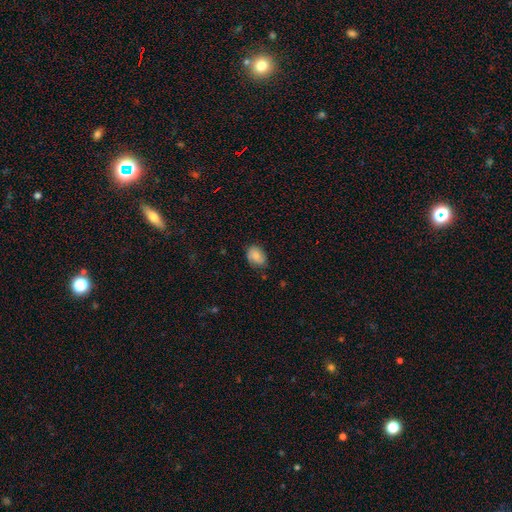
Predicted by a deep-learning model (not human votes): Q: Smooth or featured?
A: smooth (78%); runner-up: featured or disk (14%)
Q: How rounded?
A: in between (76%); runner-up: round (23%)
Q: Merging?
A: none (71%); runner-up: minor disturbance (23%)